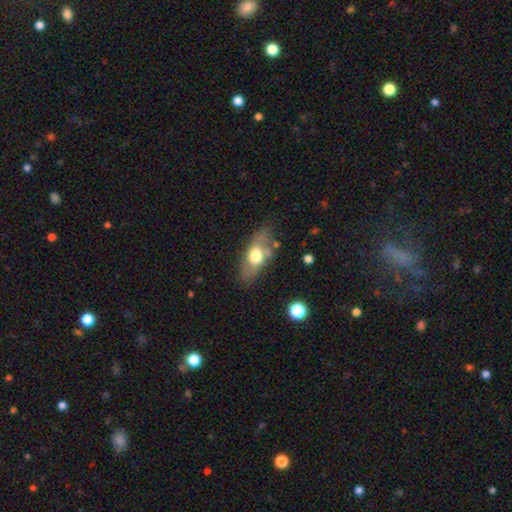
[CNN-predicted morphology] Smooth or featured: smooth — 58% (featured or disk — 34%)
How rounded: in between — 81% (cigar-shaped — 11%)
Merging: none — 70% (minor disturbance — 20%)